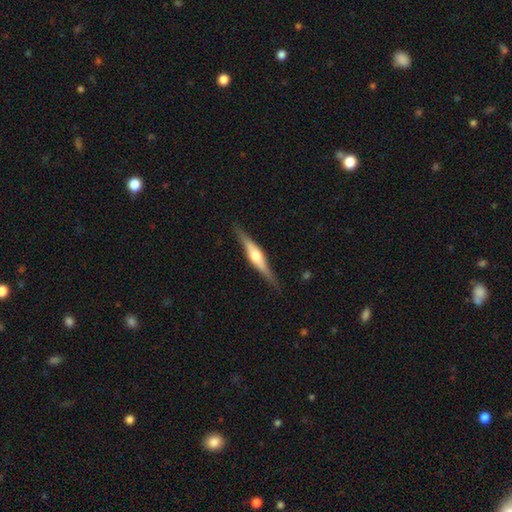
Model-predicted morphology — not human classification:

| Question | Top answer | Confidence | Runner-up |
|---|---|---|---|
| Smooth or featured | featured or disk | 75% | smooth (20%) |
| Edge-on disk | yes | 97% | no (3%) |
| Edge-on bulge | rounded | 87% | boxy (10%) |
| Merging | none | 87% | minor disturbance (10%) |